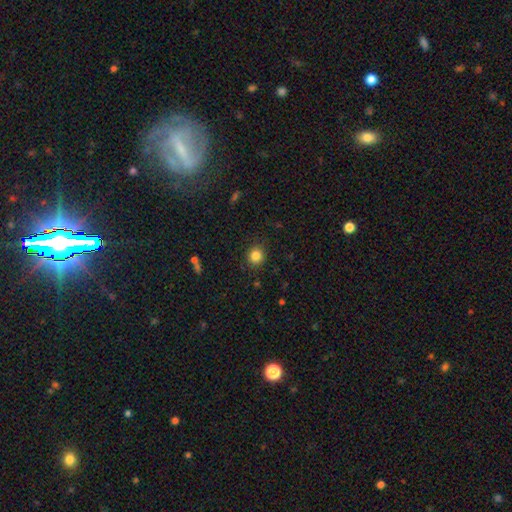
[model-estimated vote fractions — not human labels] This is clearly a smooth galaxy (84%). How rounded: clearly round (87%). Merging: clearly none (88%).